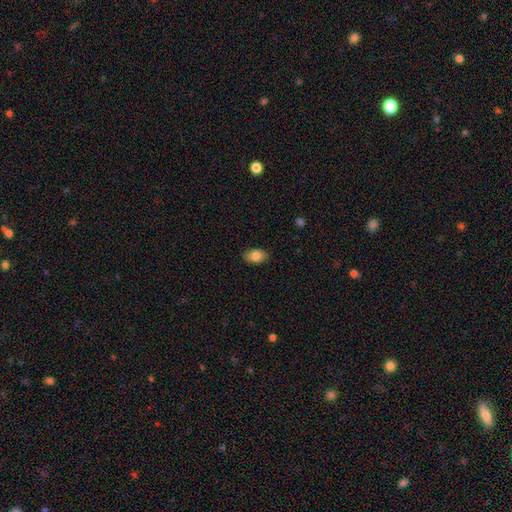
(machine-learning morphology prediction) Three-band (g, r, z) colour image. It shows a smooth galaxy with no disk features (85%) that is in between round and cigar-shaped (85%). Merging: none (86%).